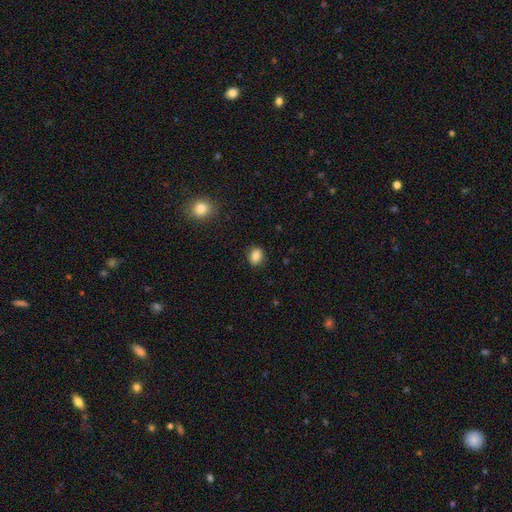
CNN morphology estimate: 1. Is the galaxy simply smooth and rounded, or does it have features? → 86% smooth, 9% star or artifact, 5% featured or disk.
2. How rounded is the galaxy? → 52% round, 47% in between, 1% cigar-shaped.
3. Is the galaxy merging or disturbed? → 87% none, 9% minor disturbance, 2% major disturbance, 1% merger.